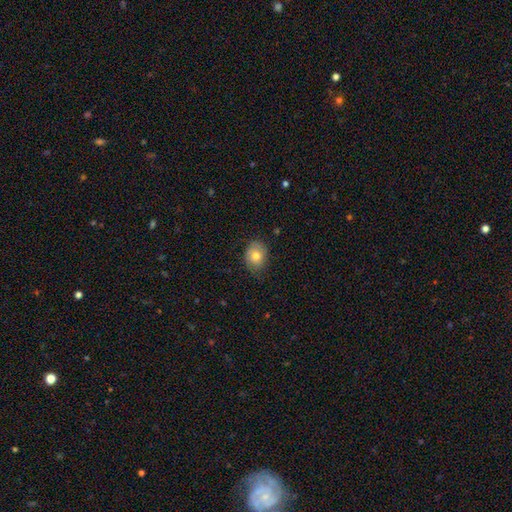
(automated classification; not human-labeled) smooth 79%, featured or disk 13%, star or artifact 9%. Down the decision tree: how rounded — in between (51%); merging — none (76%).